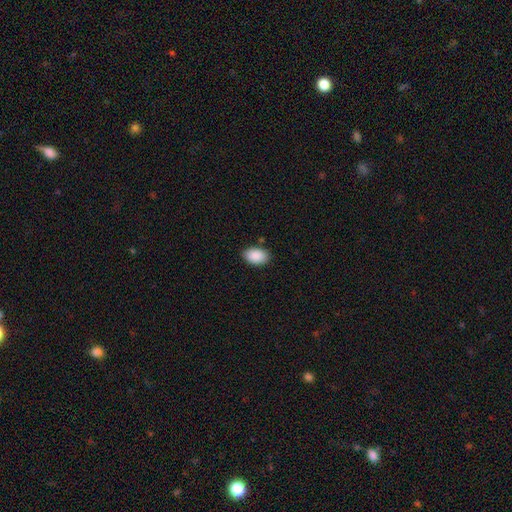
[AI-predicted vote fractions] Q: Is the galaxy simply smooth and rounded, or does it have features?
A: smooth — 90%.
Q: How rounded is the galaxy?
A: in between — 92%.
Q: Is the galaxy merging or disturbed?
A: none — 86%.